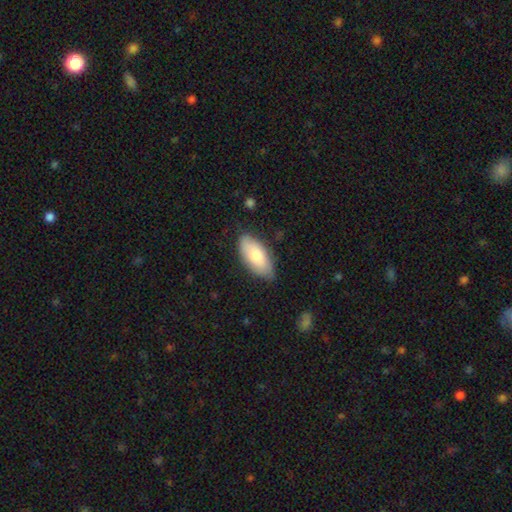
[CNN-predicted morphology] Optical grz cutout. It shows a smooth galaxy with no disk features (73%) that is in between round and cigar-shaped (91%). Merging: none (78%).